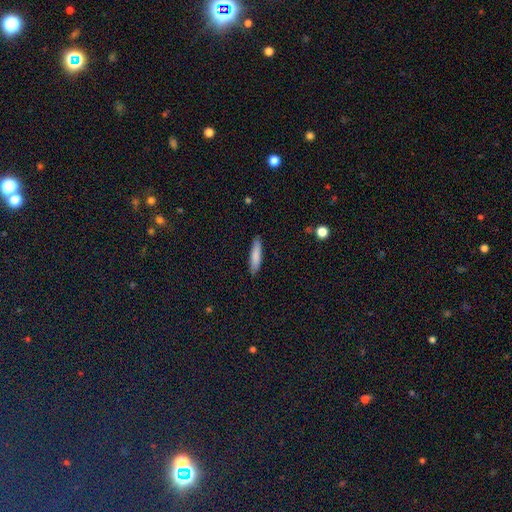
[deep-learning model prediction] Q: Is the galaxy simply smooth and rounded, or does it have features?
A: smooth — 82%.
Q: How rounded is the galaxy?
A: cigar-shaped — 81%.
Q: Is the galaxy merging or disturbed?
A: none — 87%.